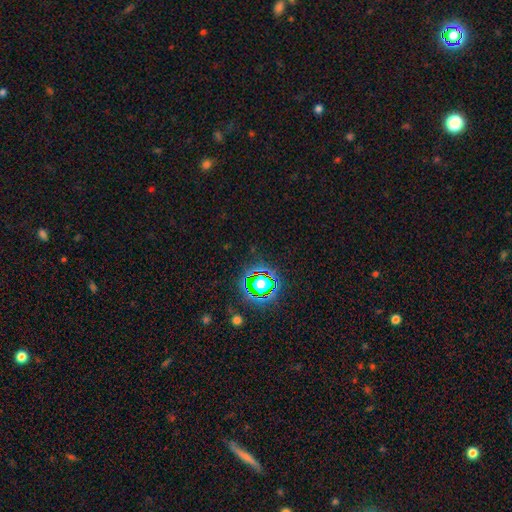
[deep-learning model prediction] star or artifact 76%, smooth 15%, featured or disk 9%.